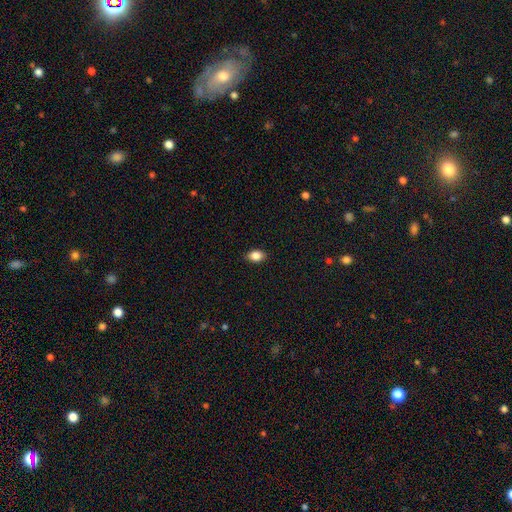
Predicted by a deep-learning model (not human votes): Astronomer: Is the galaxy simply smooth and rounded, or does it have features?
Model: smooth — 86%.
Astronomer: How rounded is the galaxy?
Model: in between — 79%.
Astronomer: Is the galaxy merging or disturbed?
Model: none — 86%.